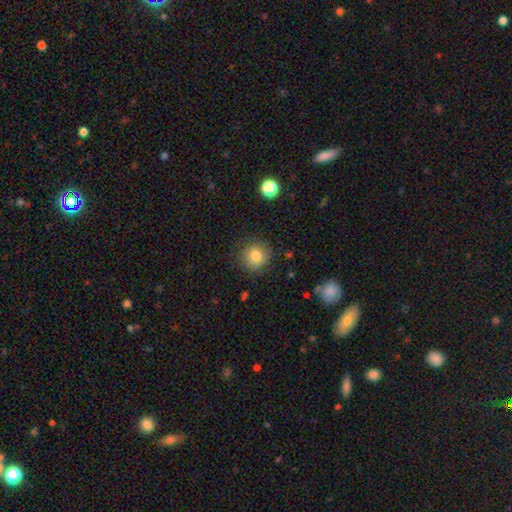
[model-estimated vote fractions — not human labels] Morphology: type=smooth (81%); roundness=round (91%); merging=none (84%).